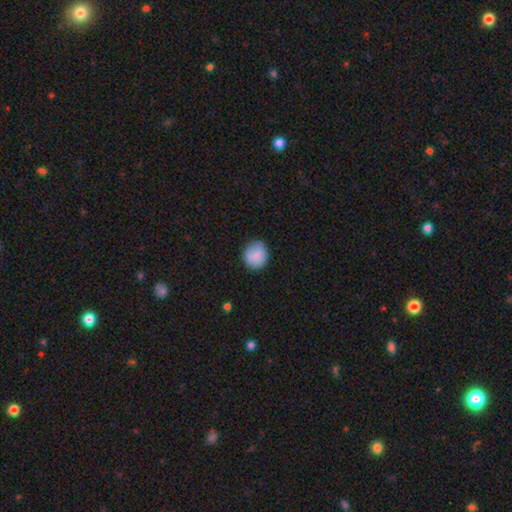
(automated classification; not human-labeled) Smooth or featured? Predicted: smooth (p=0.85). How rounded? Predicted: round (p=0.85). Merging? Predicted: none (p=0.78).